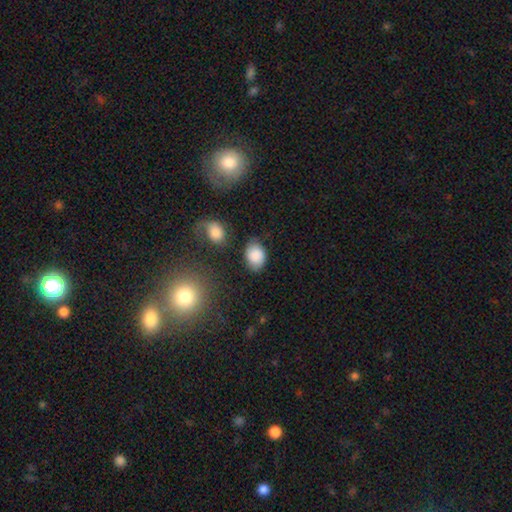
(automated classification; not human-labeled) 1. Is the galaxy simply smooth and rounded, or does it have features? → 83% smooth, 9% star or artifact, 8% featured or disk.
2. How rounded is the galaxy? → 68% in between, 30% round, 1% cigar-shaped.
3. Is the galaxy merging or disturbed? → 71% none, 20% minor disturbance, 5% major disturbance, 4% merger.